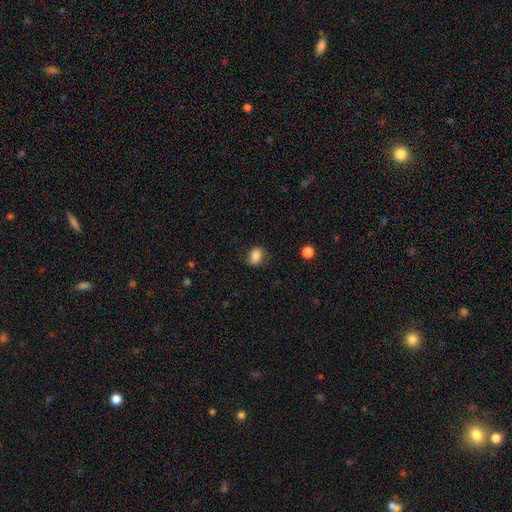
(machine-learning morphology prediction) type=smooth (84%); roundness=in between (62%); merging=none (76%).